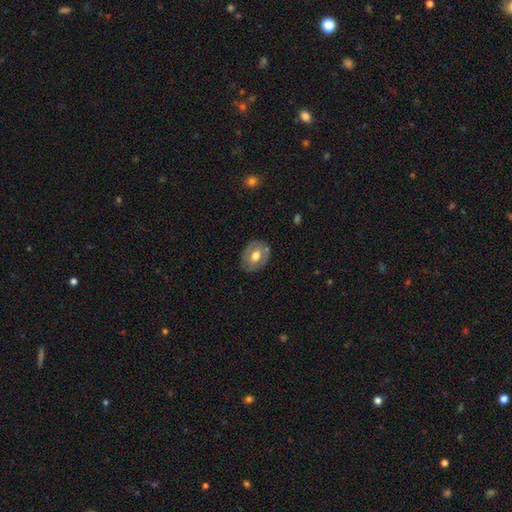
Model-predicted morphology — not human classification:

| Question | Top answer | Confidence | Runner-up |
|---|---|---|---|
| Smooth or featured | smooth | 55% | featured or disk (38%) |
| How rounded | in between | 60% | round (39%) |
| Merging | none | 76% | minor disturbance (17%) |